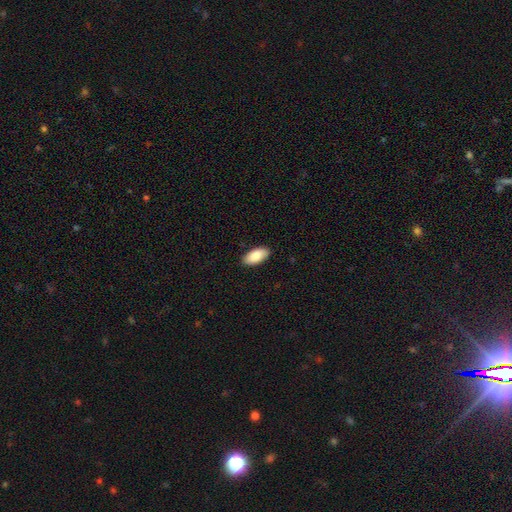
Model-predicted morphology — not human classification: Smooth or featured? smooth (88%)
How rounded? in between (93%)
Merging? none (89%)